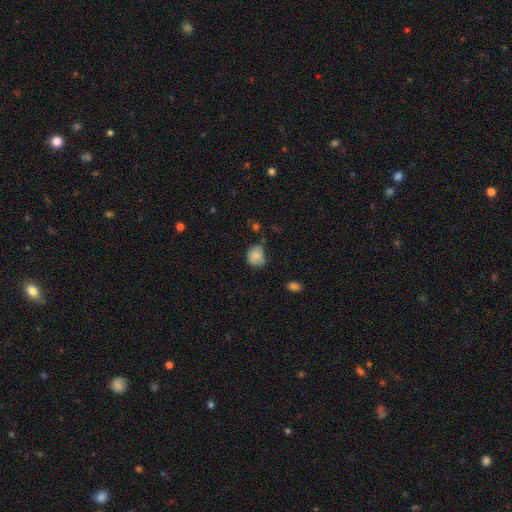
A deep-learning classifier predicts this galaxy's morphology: smooth-or-featured: smooth: 81% | featured or disk: 11% | star or artifact: 9%
  how-rounded: round: 77% | in between: 22% | cigar-shaped: 1%
  merging: none: 63% | minor disturbance: 28% | major disturbance: 6% | merger: 3%